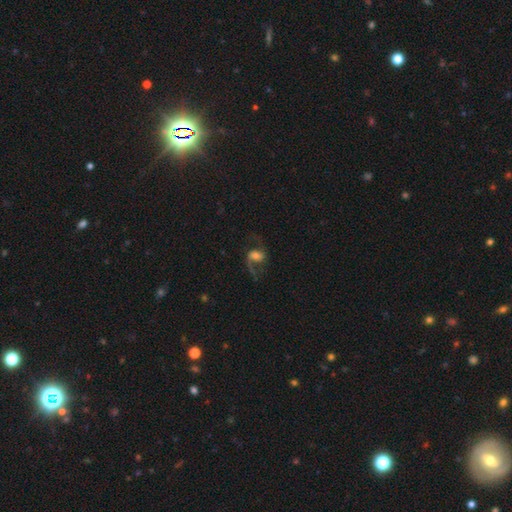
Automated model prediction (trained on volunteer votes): Smooth or featured? Predicted: featured or disk (p=0.70). Edge-on disk? Predicted: no (p=0.97). Bar? Predicted: weak (p=0.43). Spiral arms? Predicted: yes (p=0.92). Spiral winding? Predicted: loose (p=0.60). Spiral arm count? Predicted: 2 (p=0.86). Bulge size? Predicted: moderate (p=0.46). Merging? Predicted: none (p=0.63).